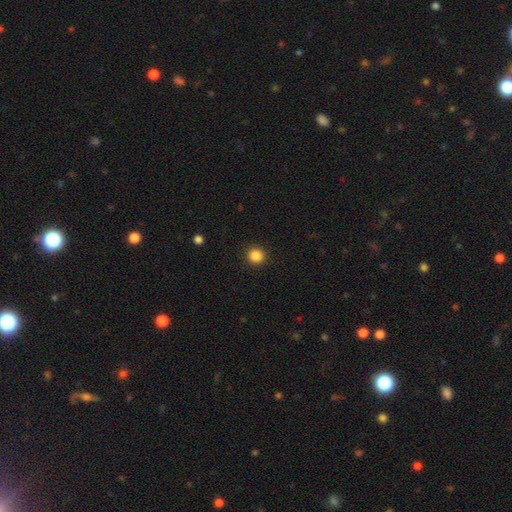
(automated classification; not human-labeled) Smooth or featured? smooth (86%)
How rounded? round (94%)
Merging? none (93%)